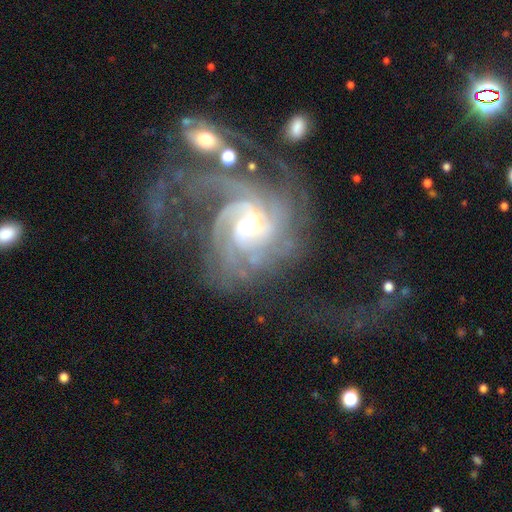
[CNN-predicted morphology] smooth-or-featured: featured or disk: 90% | star or artifact: 6% | smooth: 4%
  disk-edge-on: no: 98% | yes: 2%
    bar: weak: 45% | no: 39% | strong: 17%
    has-spiral-arms: yes: 97% | no: 3%
      spiral-winding: tight: 48% | medium: 39% | loose: 13%
      spiral-arm-count: can't tell: 24% | 3: 23% | 2: 23% | 4: 14% | more than 4: 8% | 1: 8%
    bulge-size: moderate: 55% | small: 36% | large: 6% | none: 2% | dominant: 1%
  merging: major disturbance: 36% | none: 32% | merger: 17% | minor disturbance: 15%